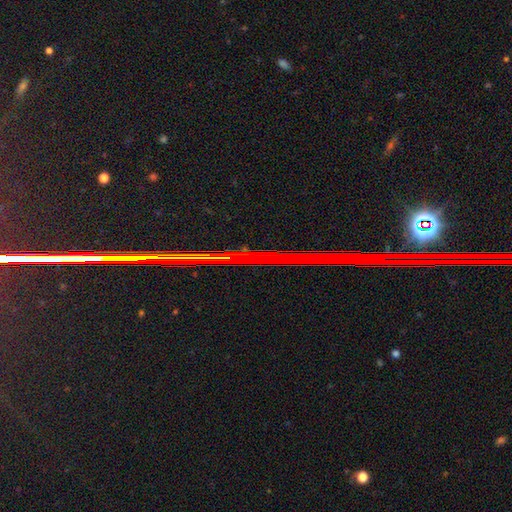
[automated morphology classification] This appears to be a star or artifact, not a galaxy (85%).